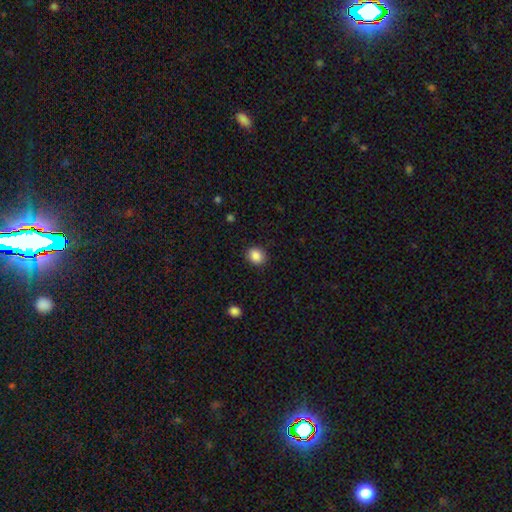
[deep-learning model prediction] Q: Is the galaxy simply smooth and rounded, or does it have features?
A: smooth — 87%.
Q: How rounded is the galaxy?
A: round — 62%.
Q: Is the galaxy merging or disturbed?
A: none — 89%.